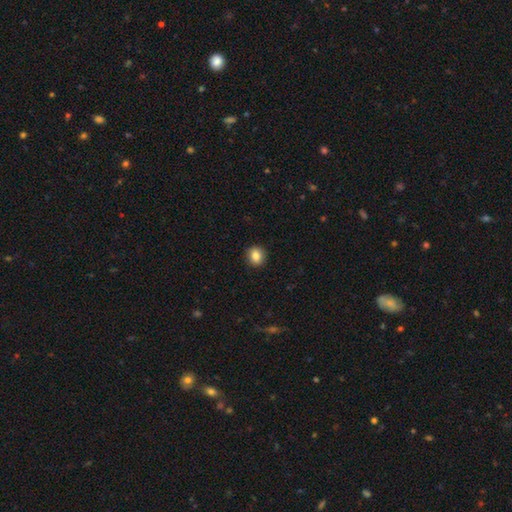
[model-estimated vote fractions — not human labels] Smooth or featured? Predicted: smooth (p=0.84). How rounded? Predicted: round (p=0.85). Merging? Predicted: none (p=0.92).